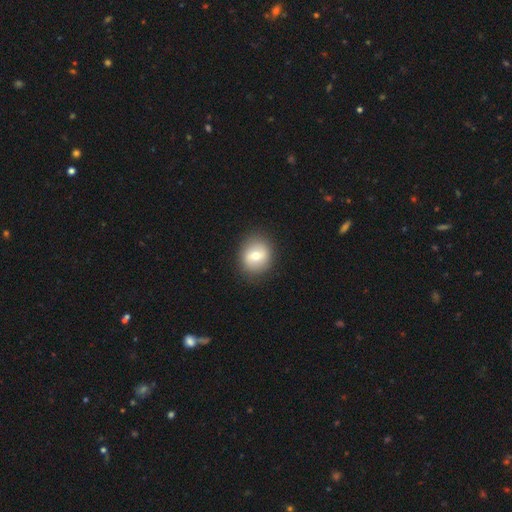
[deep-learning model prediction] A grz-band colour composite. It shows a smooth galaxy with no disk features (64%) that is round (81%). Merging: none (89%).